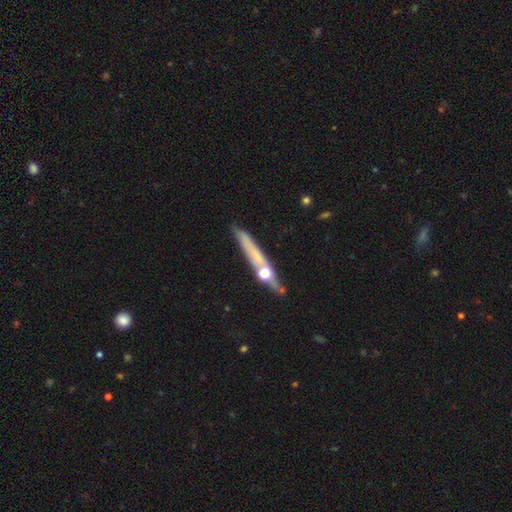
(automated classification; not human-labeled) Morphology: type=featured or disk (54%); edge-on=yes (88%); merging=none (70%).